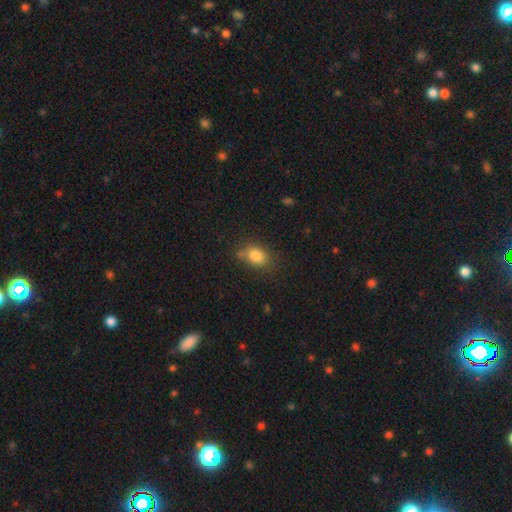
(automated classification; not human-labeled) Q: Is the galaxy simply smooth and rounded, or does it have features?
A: smooth — 83%.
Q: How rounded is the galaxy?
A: in between — 67%.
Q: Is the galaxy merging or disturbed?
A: none — 66%.